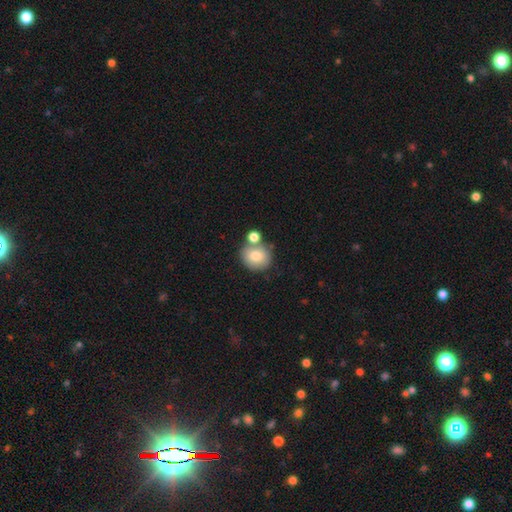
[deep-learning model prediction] This is likely a smooth galaxy (78%). How rounded: clearly round (81%). Merging: possibly none (59%).